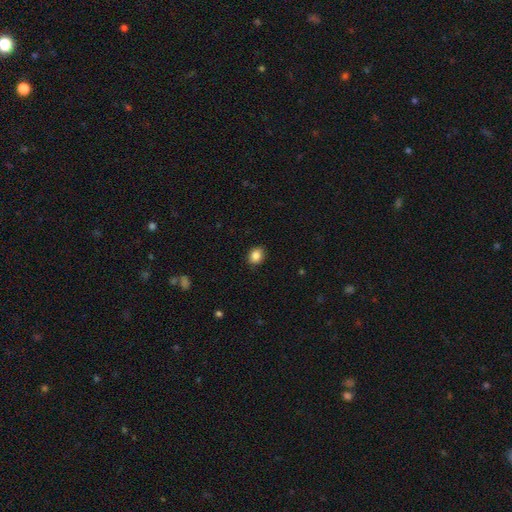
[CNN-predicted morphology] This appears to be a smooth galaxy with no disk features (86%) that is round (51%). Merging: none (88%).